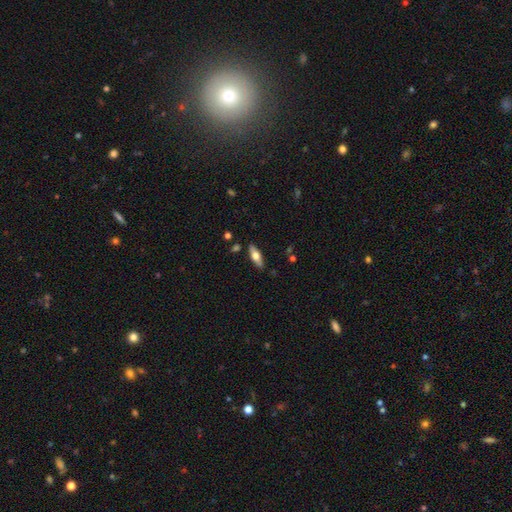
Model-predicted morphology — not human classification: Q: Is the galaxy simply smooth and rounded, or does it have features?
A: smooth — 53%.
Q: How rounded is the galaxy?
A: in between — 63%.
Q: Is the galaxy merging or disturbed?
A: none — 86%.